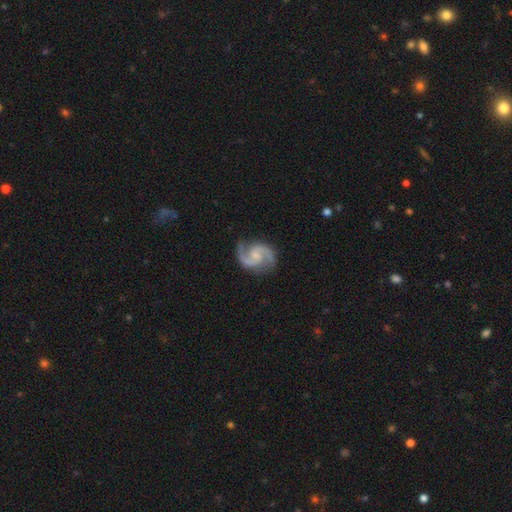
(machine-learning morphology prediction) Overall: featured or disk (93%). Edge-on disk: no (99%). Bar: no (48%; weak 43%). Spiral arms: yes (98%). Spiral arm count: 2 (94%). Spiral winding: medium (64%). Bulge size: small (51%; moderate 26%). Merging: none (83%).